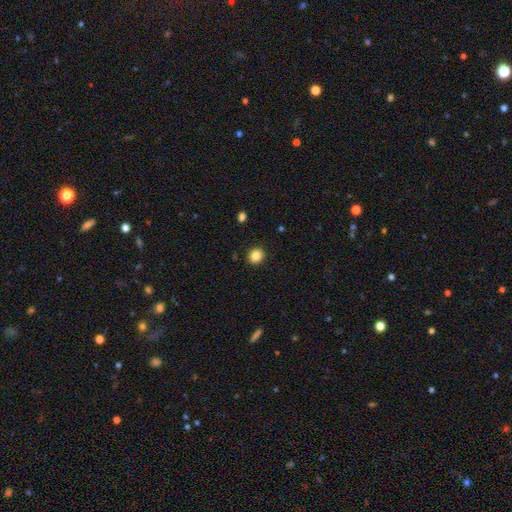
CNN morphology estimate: Smooth or featured? smooth (86%)
How rounded? round (84%)
Merging? none (91%)